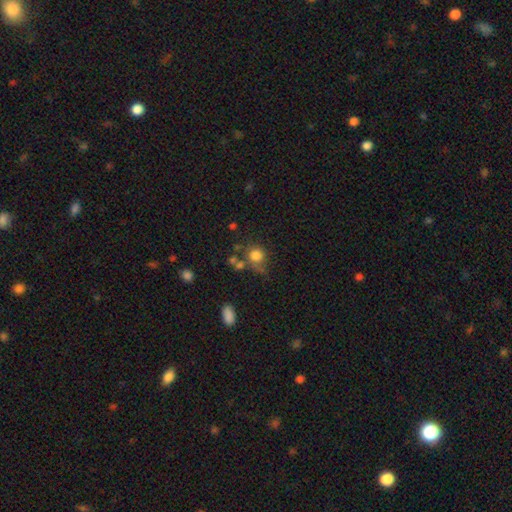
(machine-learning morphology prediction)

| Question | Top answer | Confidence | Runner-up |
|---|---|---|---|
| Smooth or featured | smooth | 79% | star or artifact (11%) |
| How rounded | round | 84% | in between (15%) |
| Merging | none | 51% | minor disturbance (20%) |